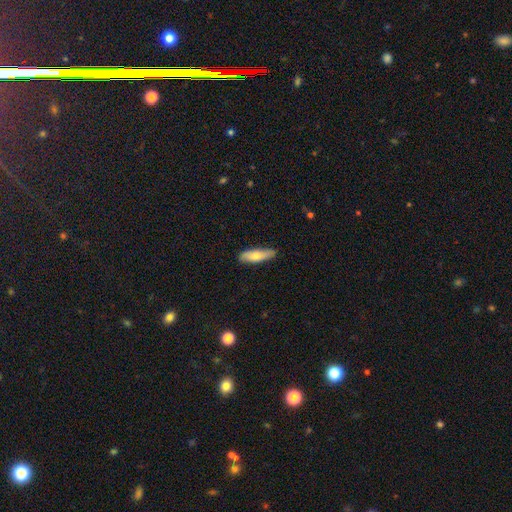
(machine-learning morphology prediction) smooth_or_featured: smooth (p=0.73) [alt: featured or disk p=0.21]
how_rounded: cigar-shaped (p=0.59) [alt: in between p=0.39]
merging: none (p=0.82) [alt: minor disturbance p=0.14]